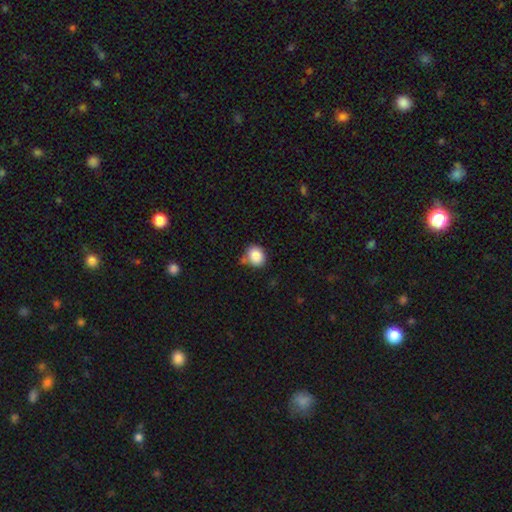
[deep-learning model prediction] This appears to be a smooth galaxy with no disk features (86%) that is round (71%). Merging: none (68%).